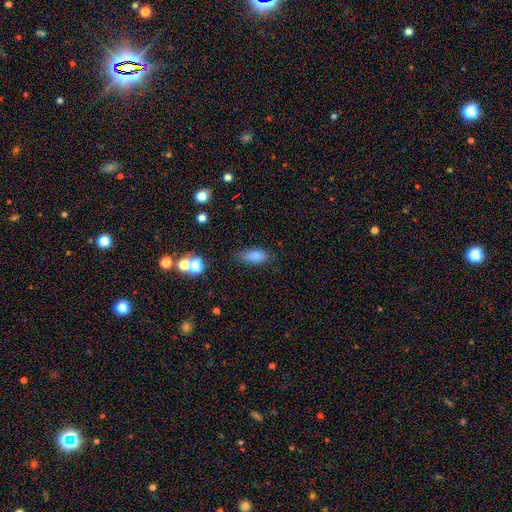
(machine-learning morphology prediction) type=smooth (78%); roundness=in between (76%); merging=none (72%).